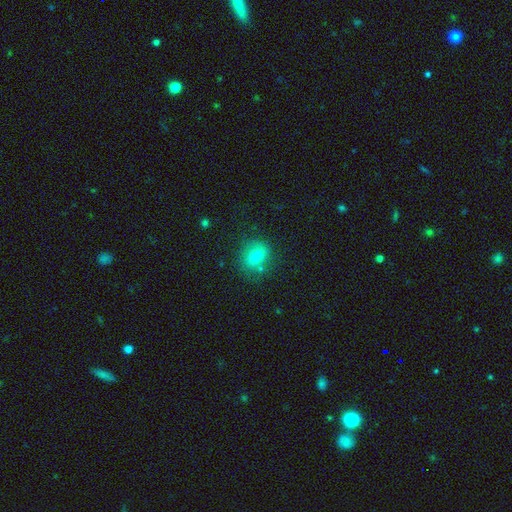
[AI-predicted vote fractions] This is likely a smooth galaxy (71%). How rounded: possibly in between (52%). Merging: likely none (70%).